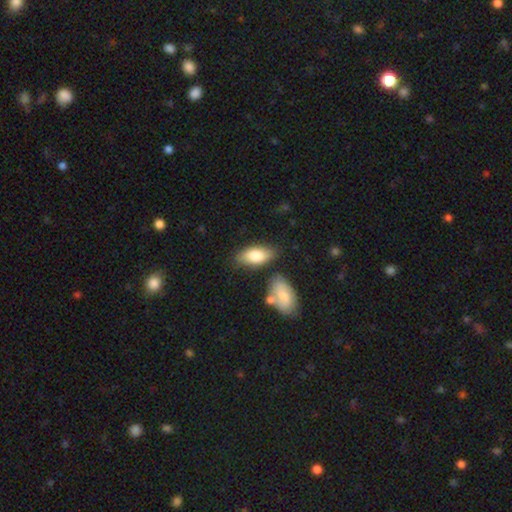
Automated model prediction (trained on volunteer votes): Smooth or featured: smooth — 82% (featured or disk — 13%)
How rounded: in between — 89% (cigar-shaped — 8%)
Merging: none — 72% (minor disturbance — 16%)